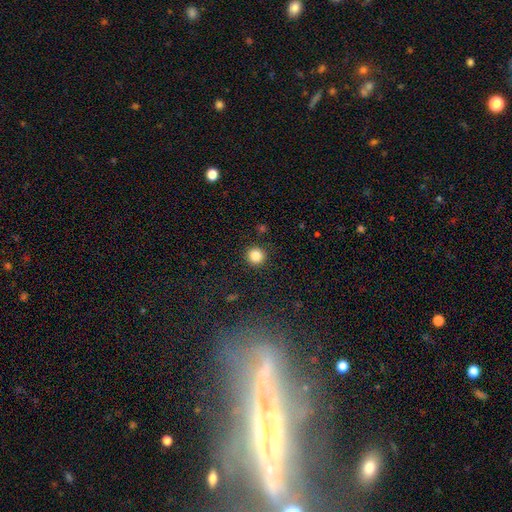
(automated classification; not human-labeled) Morphology: type=smooth (85%); roundness=round (94%); merging=none (91%).